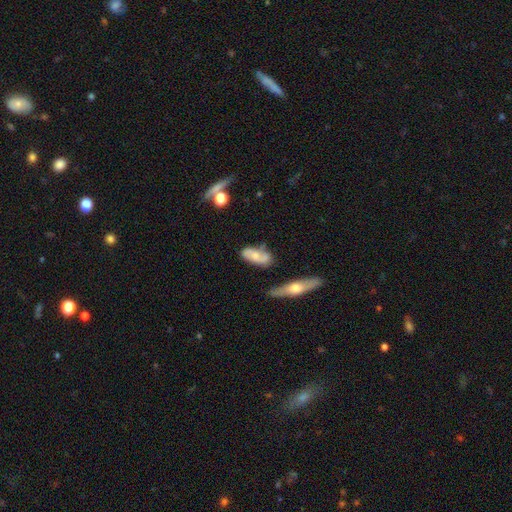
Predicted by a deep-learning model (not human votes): Q: Smooth or featured?
A: smooth (52%); runner-up: featured or disk (41%)
Q: How rounded?
A: in between (80%); runner-up: cigar-shaped (16%)
Q: Merging?
A: none (54%); runner-up: minor disturbance (28%)